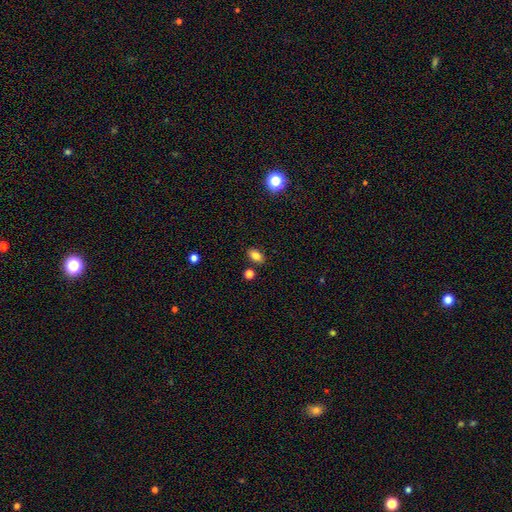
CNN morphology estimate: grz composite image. It shows a smooth galaxy with no disk features (82%) that is in between round and cigar-shaped (85%). Merging: none (83%).